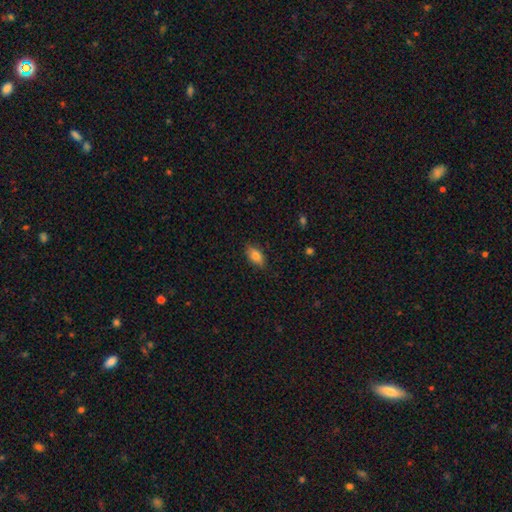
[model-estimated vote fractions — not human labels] Overall: smooth (78%). How rounded: in between (86%). Merging: none (83%).